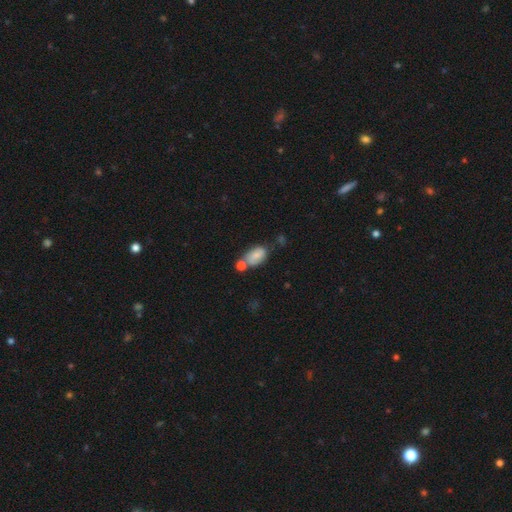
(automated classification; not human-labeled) smooth 74%, featured or disk 17%, star or artifact 8%. Down the decision tree: how rounded — in between (90%); merging — none (42%).